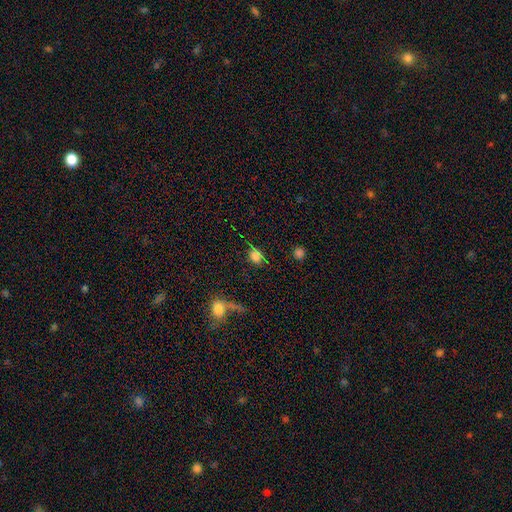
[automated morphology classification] type=smooth (80%); roundness=round (67%); merging=none (68%).